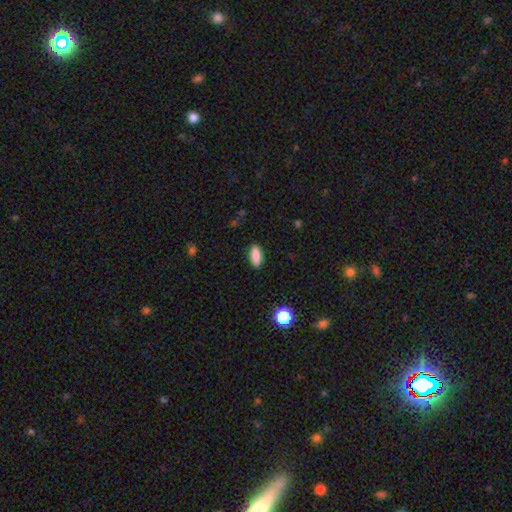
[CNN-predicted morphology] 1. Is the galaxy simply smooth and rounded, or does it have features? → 88% smooth, 8% star or artifact, 4% featured or disk.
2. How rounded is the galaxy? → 82% in between, 16% cigar-shaped, 3% round.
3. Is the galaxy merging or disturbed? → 89% none, 8% minor disturbance, 2% major disturbance, 1% merger.